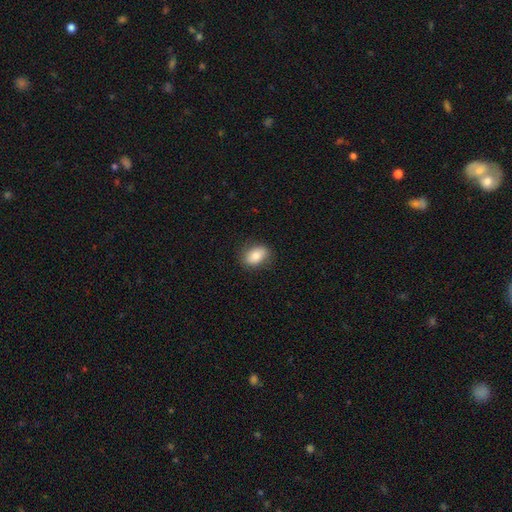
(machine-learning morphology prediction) type=smooth (79%); roundness=in between (82%); merging=none (82%).